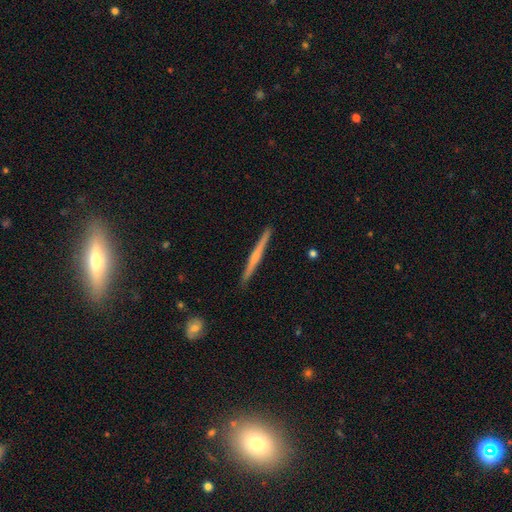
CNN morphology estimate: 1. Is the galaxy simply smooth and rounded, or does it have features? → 62% featured or disk, 32% smooth, 5% star or artifact.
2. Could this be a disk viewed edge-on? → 98% yes, 2% no.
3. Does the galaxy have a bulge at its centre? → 47% none, 44% rounded, 9% boxy.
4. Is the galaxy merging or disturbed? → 92% none, 6% minor disturbance, 1% major disturbance, 1% merger.